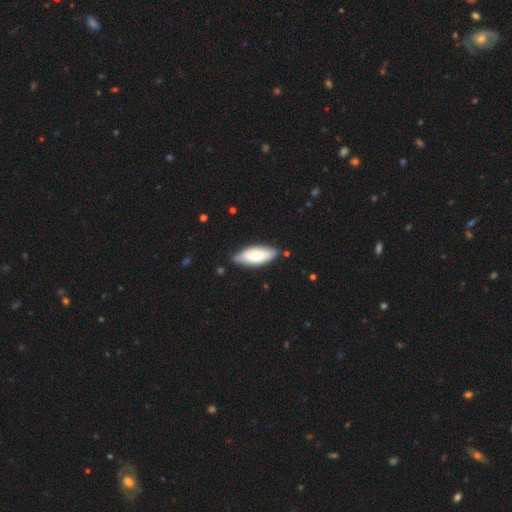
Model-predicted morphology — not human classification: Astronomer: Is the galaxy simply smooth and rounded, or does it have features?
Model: smooth — 70%.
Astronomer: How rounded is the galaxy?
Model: in between — 78%.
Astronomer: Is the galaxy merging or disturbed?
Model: none — 76%.